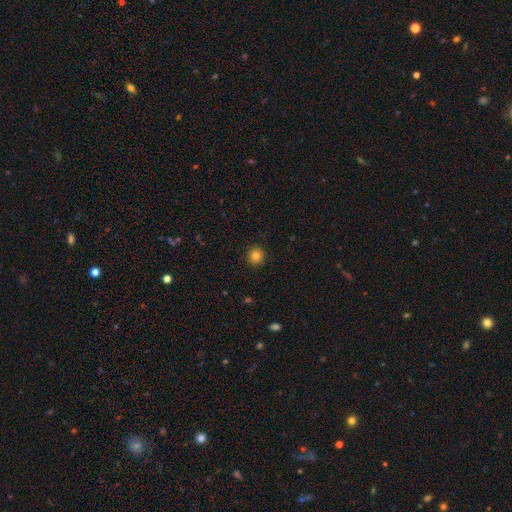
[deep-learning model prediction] Smooth or featured? smooth (82%)
How rounded? round (93%)
Merging? none (91%)